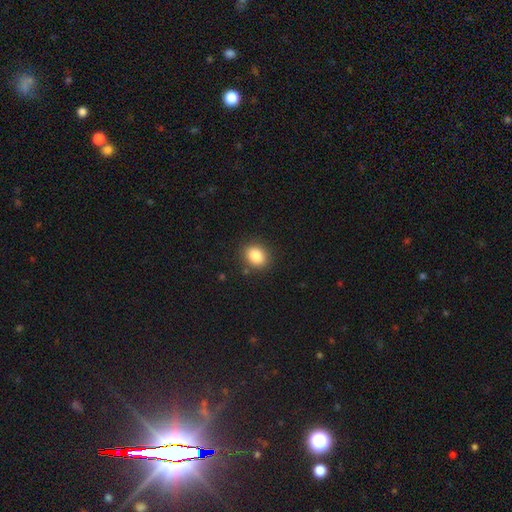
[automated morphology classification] smooth 85%, star or artifact 9%, featured or disk 5%. Down the decision tree: how rounded — in between (50%); merging — none (87%).